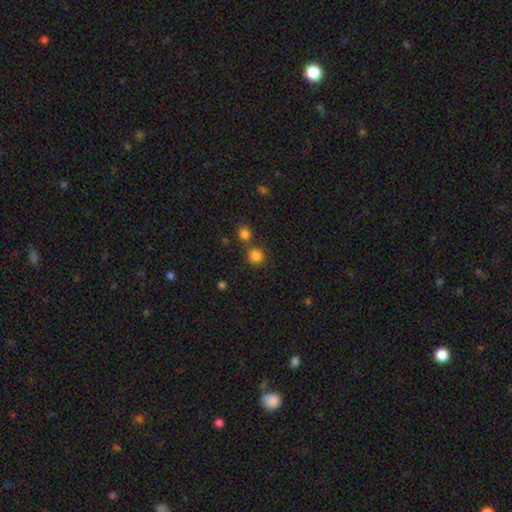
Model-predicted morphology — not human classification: type=smooth (83%); roundness=round (87%); merging=none (69%).